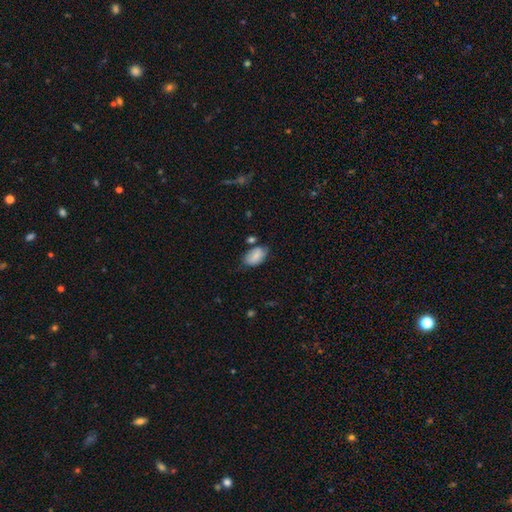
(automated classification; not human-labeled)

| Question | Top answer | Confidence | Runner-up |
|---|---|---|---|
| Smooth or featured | smooth | 80% | featured or disk (13%) |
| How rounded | in between | 92% | round (7%) |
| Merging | none | 60% | minor disturbance (26%) |